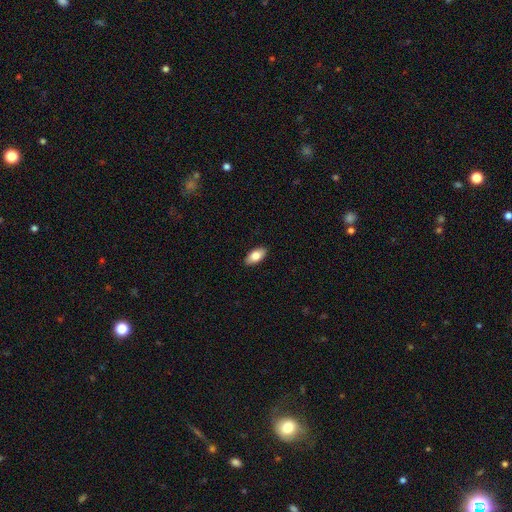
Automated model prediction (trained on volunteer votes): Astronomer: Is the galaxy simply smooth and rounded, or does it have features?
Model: smooth — 81%.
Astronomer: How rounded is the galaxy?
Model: in between — 92%.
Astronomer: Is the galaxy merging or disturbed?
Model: none — 90%.